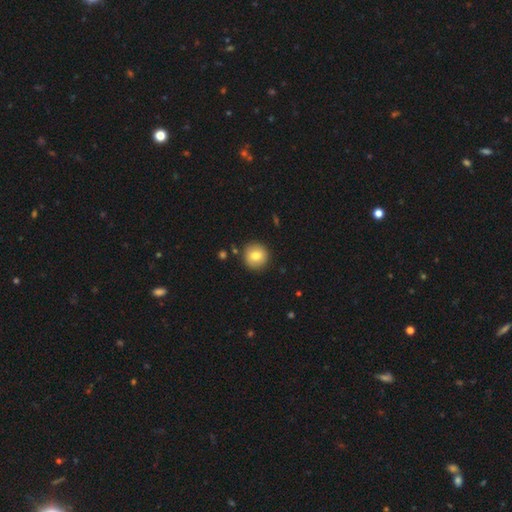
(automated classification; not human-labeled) A smooth galaxy with no disk features (78%) that is round (93%).

Vote fractions:
- Smooth or featured? smooth: 78% / featured or disk: 13% / star or artifact: 9%
- How rounded? round: 93% / in between: 6% / cigar-shaped: 1%
- Merging? none: 90% / minor disturbance: 6% / major disturbance: 2% / merger: 2%